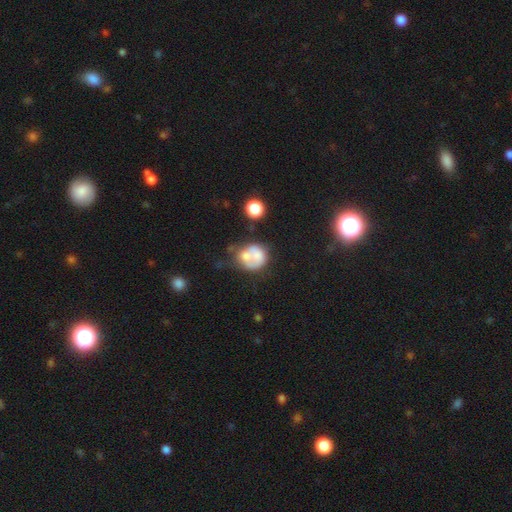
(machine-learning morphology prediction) Overall: smooth (60%; featured or disk 30%). How rounded: round (70%). Merging: merger (40%; none 26%).